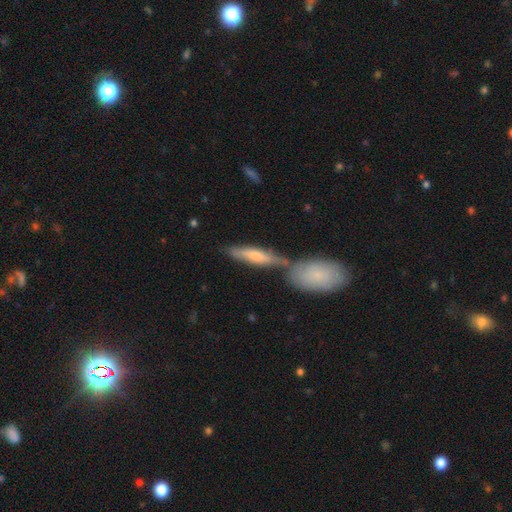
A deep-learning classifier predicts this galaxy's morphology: Smooth or featured: smooth — 56% (featured or disk — 38%)
How rounded: cigar-shaped — 75% (in between — 23%)
Merging: none — 52% (merger — 30%)